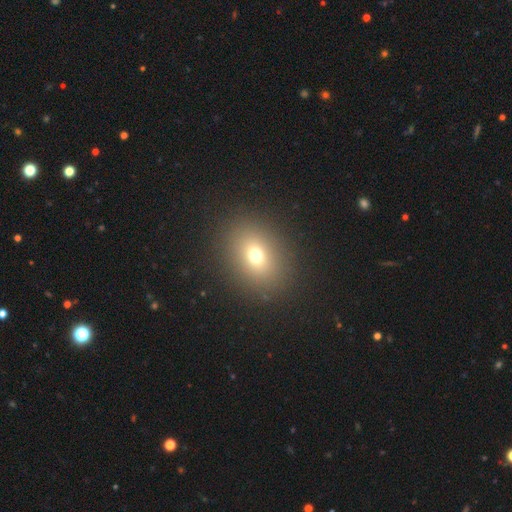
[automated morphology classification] The model was most divided on "how rounded": in between: 50%, round: 48%, cigar-shaped: 1%. More confident: merging — none (87%); smooth or featured — smooth (69%).